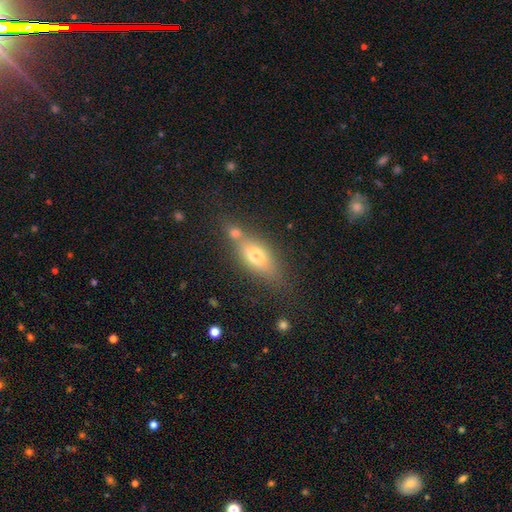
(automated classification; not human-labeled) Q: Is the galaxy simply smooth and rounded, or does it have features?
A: smooth — 60%.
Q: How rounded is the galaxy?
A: in between — 67%.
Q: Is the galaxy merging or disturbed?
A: none — 54%.